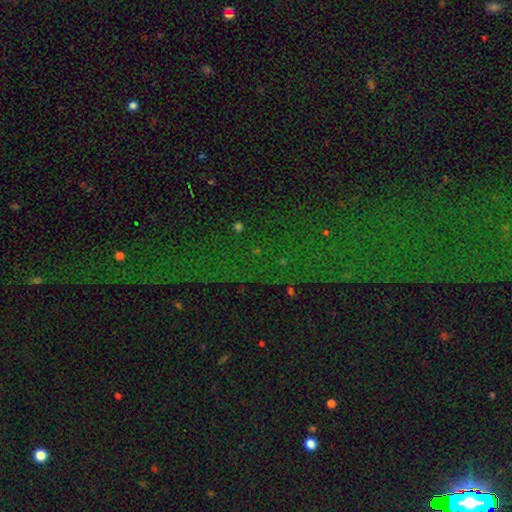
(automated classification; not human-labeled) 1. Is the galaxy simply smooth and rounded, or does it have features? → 79% star or artifact, 11% featured or disk, 10% smooth.